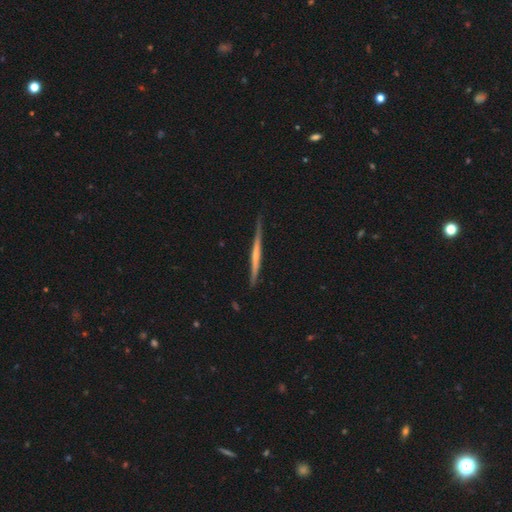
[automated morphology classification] featured or disk 62%, smooth 33%, star or artifact 5%. Down the decision tree: edge-on disk — yes (97%); edge-on bulge — none (68%); merging — none (82%).